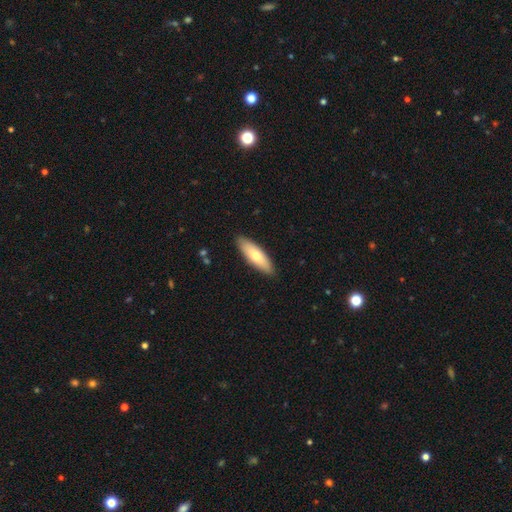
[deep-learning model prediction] smooth_or_featured: smooth (p=0.67) [alt: featured or disk p=0.27]
how_rounded: in between (p=0.51) [alt: cigar-shaped p=0.47]
merging: none (p=0.88) [alt: minor disturbance p=0.09]